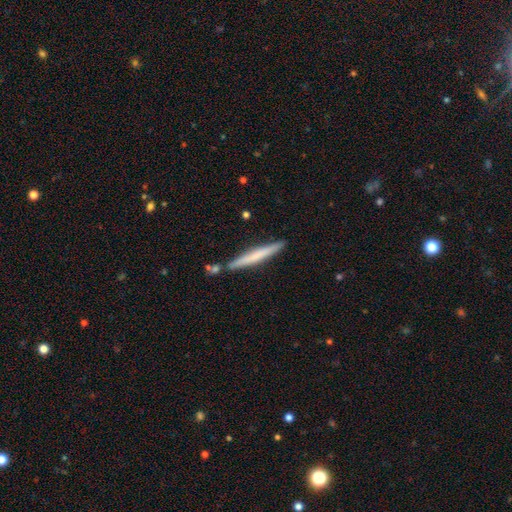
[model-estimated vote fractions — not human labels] The model was most divided on "smooth or featured": smooth: 56%, featured or disk: 38%, star or artifact: 6%. More confident: how rounded — cigar-shaped (96%); merging — none (82%).